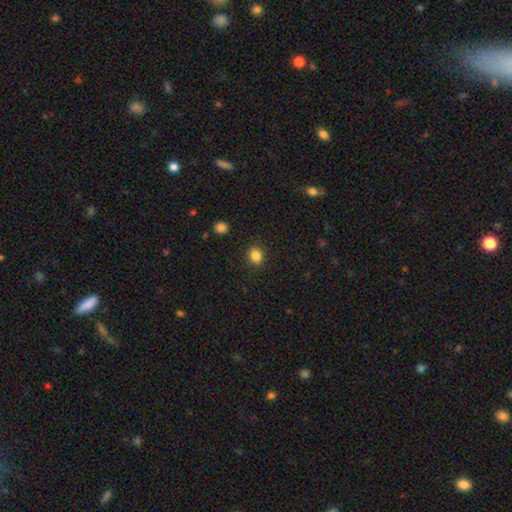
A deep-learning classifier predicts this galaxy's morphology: Smooth or featured: smooth — 85% (star or artifact — 11%)
How rounded: round — 76% (in between — 23%)
Merging: none — 89% (minor disturbance — 7%)